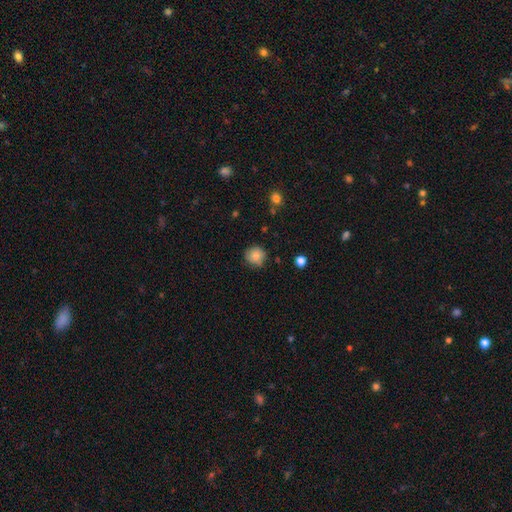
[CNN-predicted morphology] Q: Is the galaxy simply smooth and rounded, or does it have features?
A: smooth — 82%.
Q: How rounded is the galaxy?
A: round — 89%.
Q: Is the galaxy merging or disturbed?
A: none — 78%.